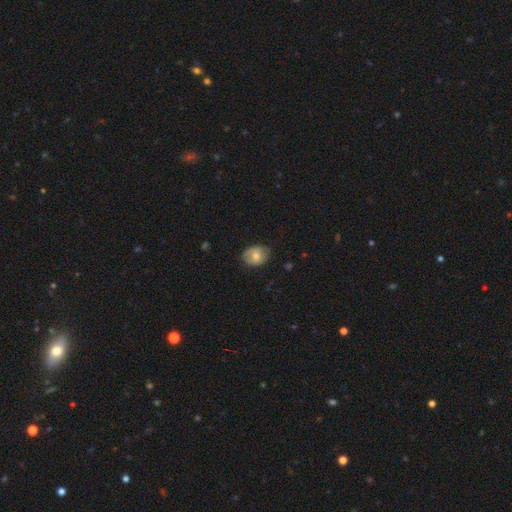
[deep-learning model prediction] This appears to be a smooth galaxy with no disk features (63%) that is in between round and cigar-shaped (59%). Merging: none (74%).